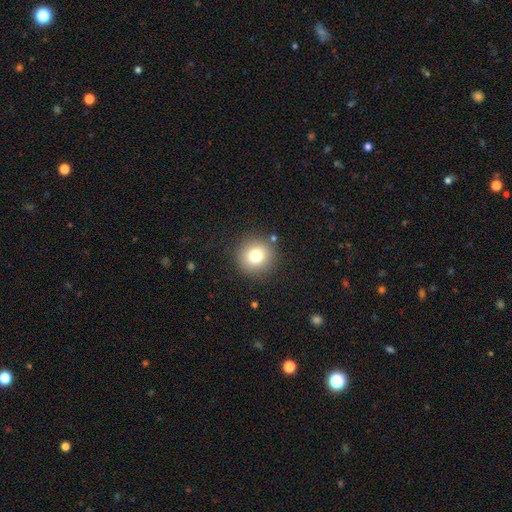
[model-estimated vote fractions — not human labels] This is likely a smooth galaxy (77%). How rounded: clearly round (94%). Merging: clearly none (88%).